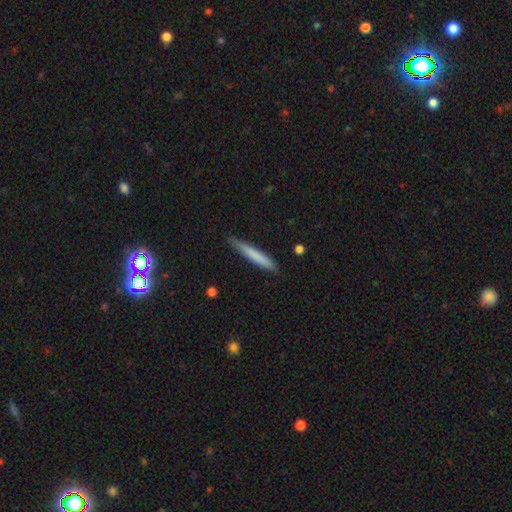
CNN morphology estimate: A smooth galaxy with no disk features (73%) that is cigar-shaped (95%).

Vote fractions:
- Smooth or featured? smooth: 73% / featured or disk: 21% / star or artifact: 6%
- How rounded? cigar-shaped: 95% / in between: 4% / round: 1%
- Merging? none: 82% / minor disturbance: 14% / major disturbance: 2% / merger: 1%